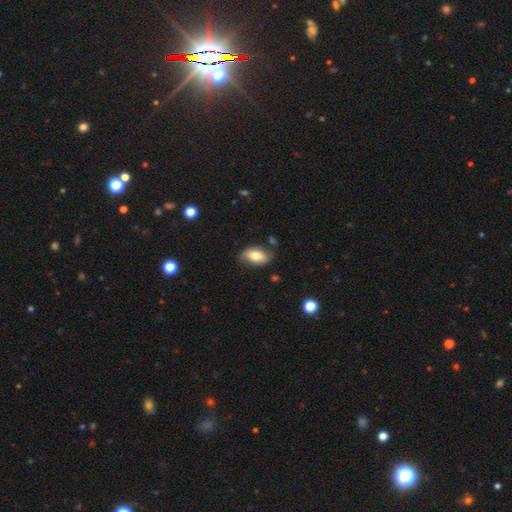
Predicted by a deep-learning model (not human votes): smooth 69%, featured or disk 24%, star or artifact 7%. Down the decision tree: how rounded — in between (91%); merging — none (70%).